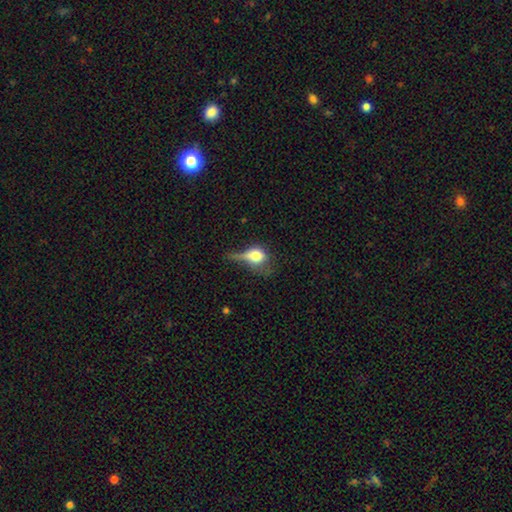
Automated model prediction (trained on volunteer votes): This is likely a smooth galaxy (64%). How rounded: possibly in between (53%). Merging: marginally major disturbance (42%).